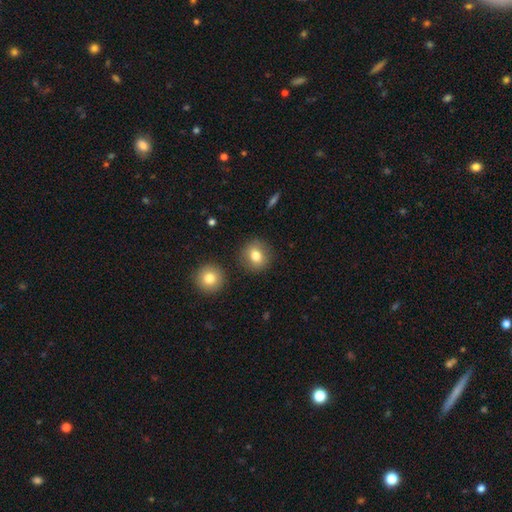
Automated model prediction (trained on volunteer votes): smooth 78%, featured or disk 12%, star or artifact 10%. Down the decision tree: how rounded — round (84%); merging — none (86%).